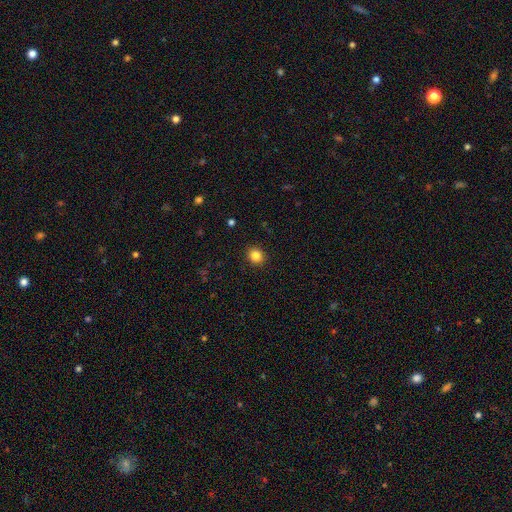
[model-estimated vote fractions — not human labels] Smooth or featured? smooth (85%)
How rounded? round (80%)
Merging? none (91%)